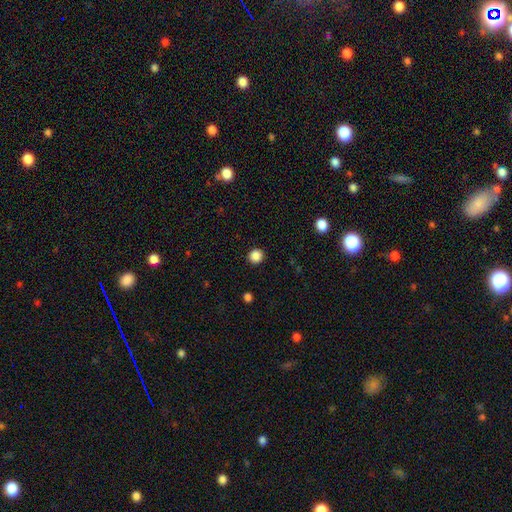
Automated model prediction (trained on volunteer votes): A smooth galaxy with no disk features (86%) that is round (92%).

Vote fractions:
- Smooth or featured? smooth: 86% / star or artifact: 11% / featured or disk: 3%
- How rounded? round: 92% / in between: 7% / cigar-shaped: 1%
- Merging? none: 92% / minor disturbance: 5% / major disturbance: 2% / merger: 1%